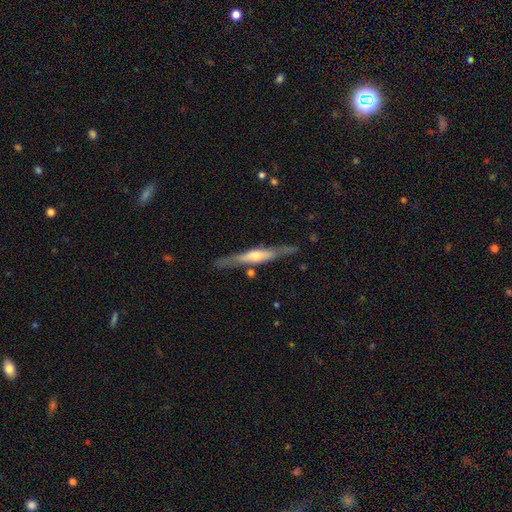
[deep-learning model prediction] smooth-or-featured: featured or disk: 66% | smooth: 28% | star or artifact: 5%
  disk-edge-on: yes: 93% | no: 7%
    edge-on-bulge: rounded: 76% | boxy: 12% | none: 11%
  merging: none: 81% | minor disturbance: 13% | merger: 4% | major disturbance: 3%